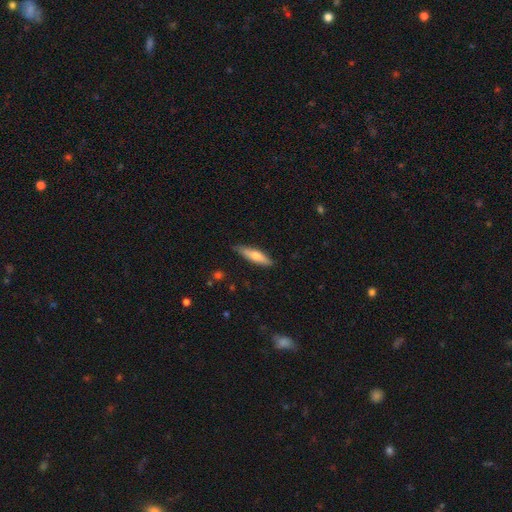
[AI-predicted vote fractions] smooth 63%, featured or disk 31%, star or artifact 6%. Down the decision tree: how rounded — cigar-shaped (73%); merging — none (83%).